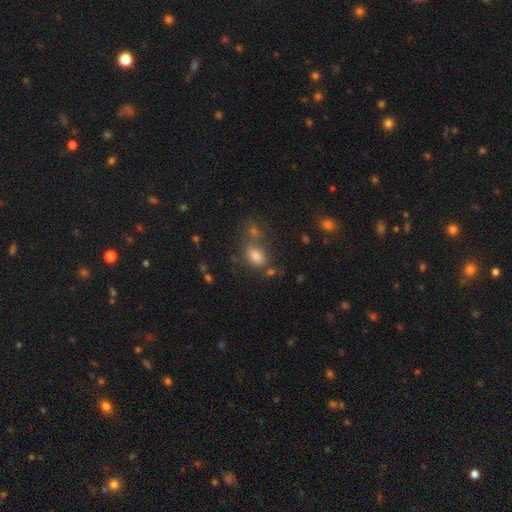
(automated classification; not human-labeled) Q: Smooth or featured?
A: smooth (78%); runner-up: star or artifact (14%)
Q: How rounded?
A: in between (75%); runner-up: round (23%)
Q: Merging?
A: none (55%); runner-up: merger (25%)